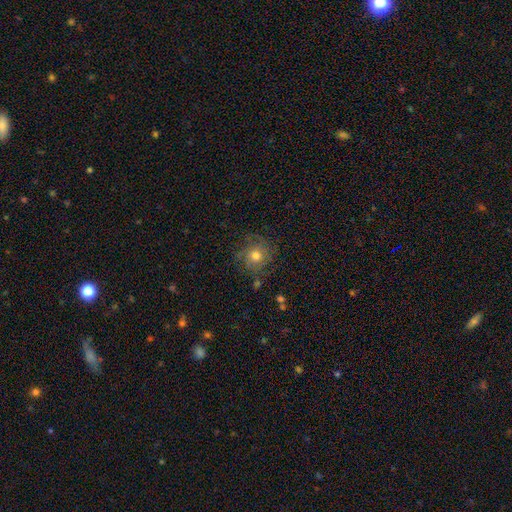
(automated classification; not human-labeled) This appears to be a smooth galaxy with no disk features (61%) that is round (90%). Merging: none (73%).